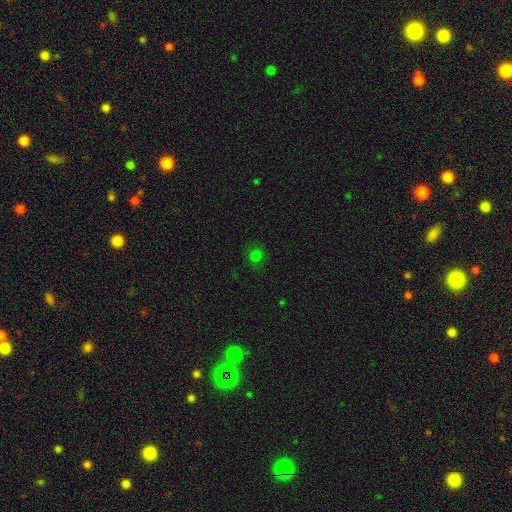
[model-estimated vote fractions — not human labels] smooth 75%, star or artifact 21%, featured or disk 4%. Down the decision tree: how rounded — round (81%); merging — none (85%).